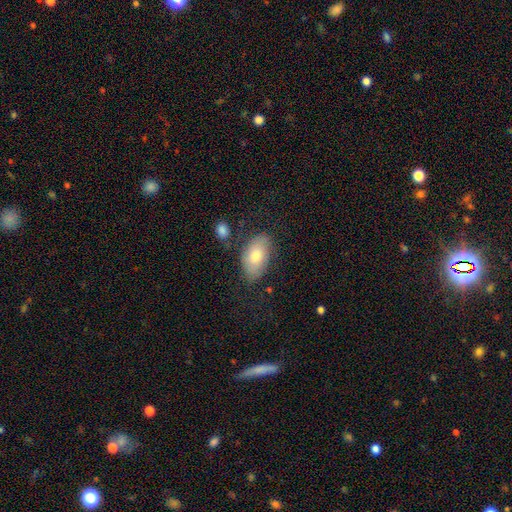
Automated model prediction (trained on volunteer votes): Smooth or featured? Predicted: smooth (p=0.71). How rounded? Predicted: in between (p=0.93). Merging? Predicted: none (p=0.71).